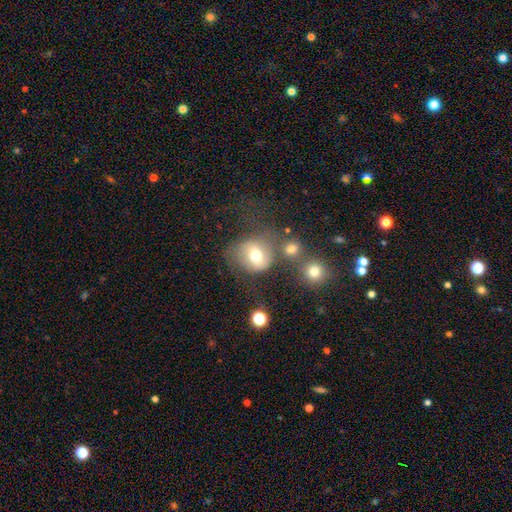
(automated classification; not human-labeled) smooth 65%, featured or disk 23%, star or artifact 12%. Down the decision tree: how rounded — round (69%); merging — none (43%).